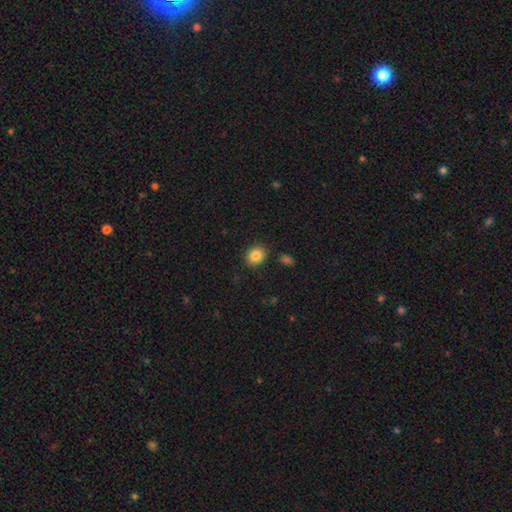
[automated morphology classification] type=smooth (85%); roundness=round (58%); merging=none (87%).